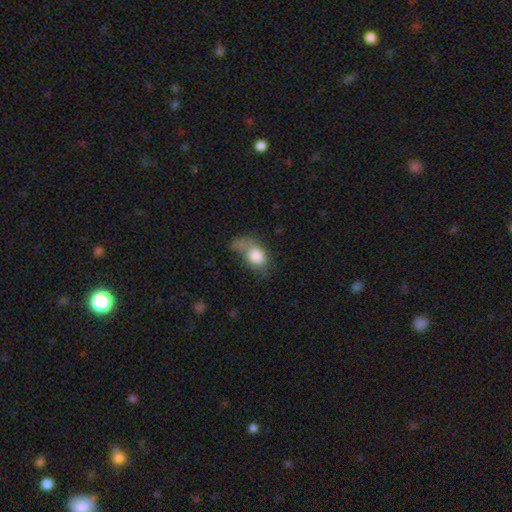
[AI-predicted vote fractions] Morphology: type=smooth (76%); roundness=in between (78%); merging=major disturbance (35%).